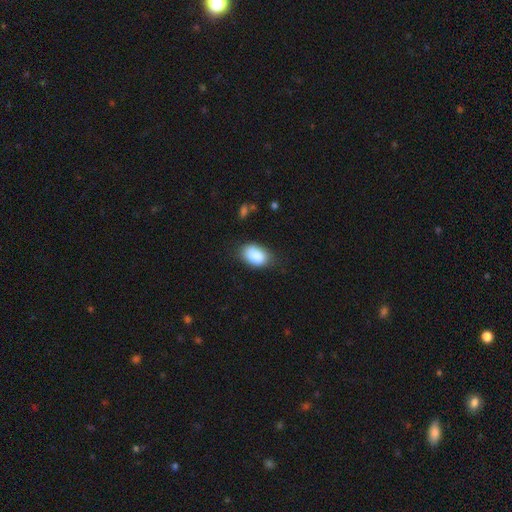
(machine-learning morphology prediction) Overall: smooth (87%). How rounded: in between (89%). Merging: none (74%).